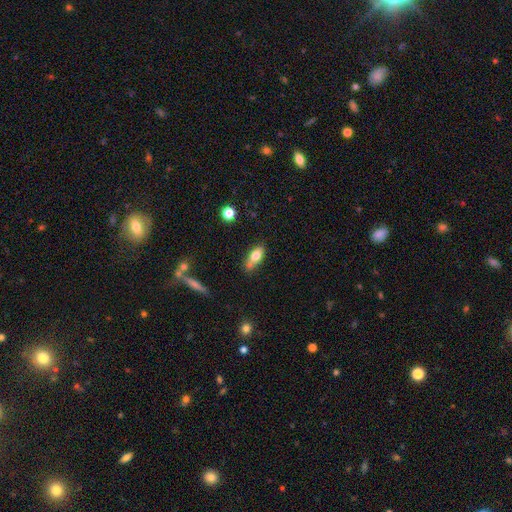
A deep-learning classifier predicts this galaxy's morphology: A smooth galaxy with no disk features (72%) that is in between round and cigar-shaped (77%).

Vote fractions:
- Smooth or featured? smooth: 72% / featured or disk: 20% / star or artifact: 8%
- How rounded? in between: 77% / cigar-shaped: 19% / round: 4%
- Merging? none: 56% / minor disturbance: 22% / merger: 16% / major disturbance: 6%